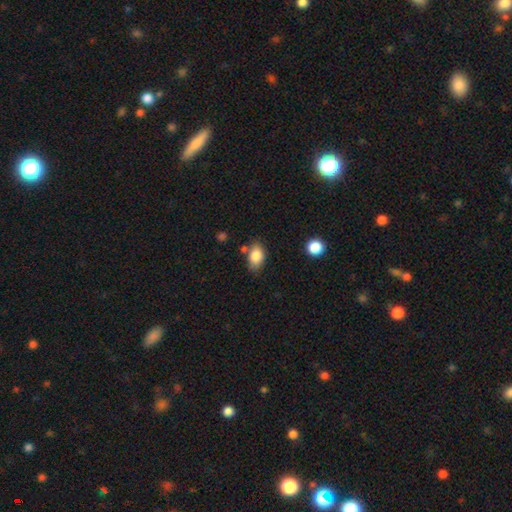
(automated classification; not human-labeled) Morphology: type=smooth (84%); roundness=in between (84%); merging=none (70%).